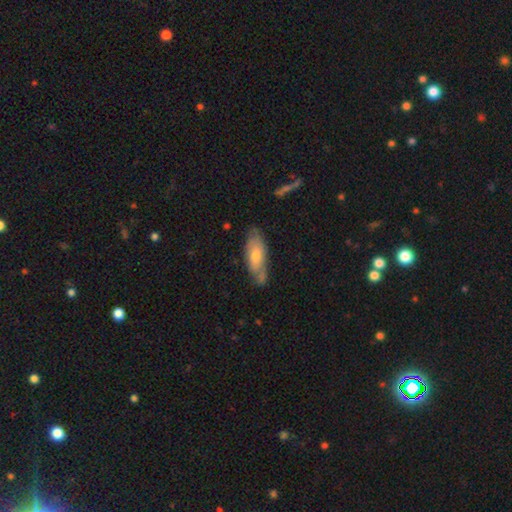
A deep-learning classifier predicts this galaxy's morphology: type=smooth (59%); roundness=in between (68%); merging=none (63%).